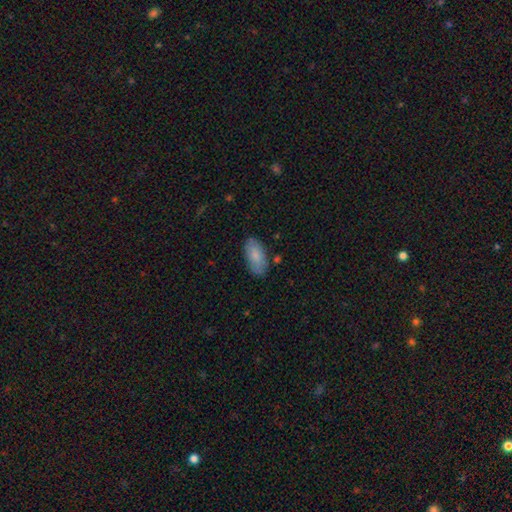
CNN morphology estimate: This appears to be a smooth galaxy with no disk features (82%) that is in between round and cigar-shaped (93%). Merging: none (80%).